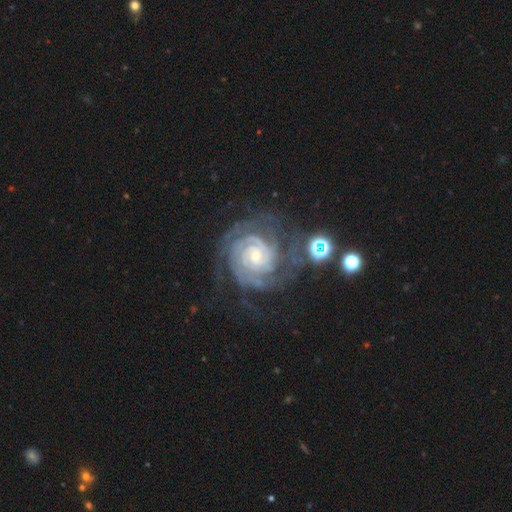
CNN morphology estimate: smooth-or-featured: featured or disk: 90% | star or artifact: 5% | smooth: 4%
  disk-edge-on: no: 98% | yes: 2%
    bar: no: 64% | weak: 28% | strong: 8%
    has-spiral-arms: yes: 98% | no: 2%
      spiral-winding: tight: 81% | medium: 16% | loose: 3%
      spiral-arm-count: 2: 29% | 3: 22% | can't tell: 22% | 4: 14% | more than 4: 7% | 1: 7%
    bulge-size: small: 69% | moderate: 26% | large: 2% | none: 2% | dominant: 1%
  merging: none: 66% | minor disturbance: 18% | major disturbance: 13% | merger: 3%